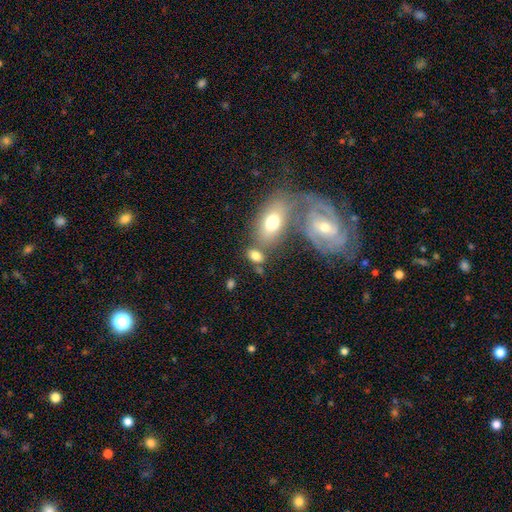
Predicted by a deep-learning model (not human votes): The model was most divided on "merging": none: 50%, merger: 27%, minor disturbance: 16%, major disturbance: 7%. More confident: how rounded — in between (84%); smooth or featured — smooth (73%).